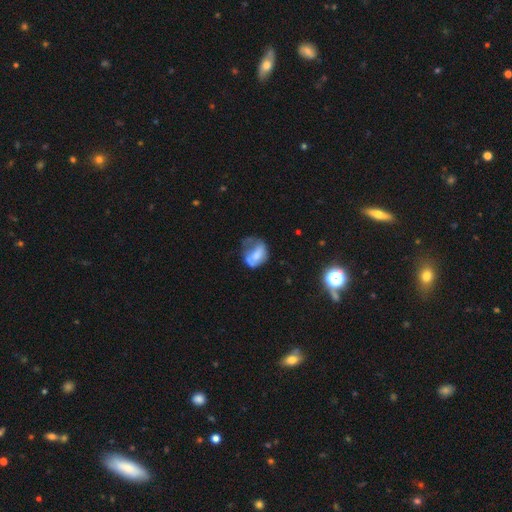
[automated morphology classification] Smooth or featured?
  - smooth: 54% *
  - featured or disk: 36%
  - star or artifact: 10%
How rounded?
  - in between: 67% *
  - round: 32%
  - cigar-shaped: 2%
Merging?
  - major disturbance: 40% *
  - minor disturbance: 29%
  - none: 25%
  - merger: 6%